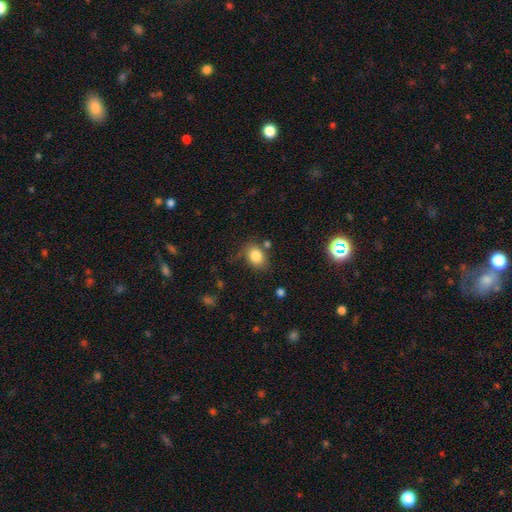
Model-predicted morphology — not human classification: smooth 83%, star or artifact 10%, featured or disk 7%. Down the decision tree: how rounded — in between (69%); merging — none (69%).